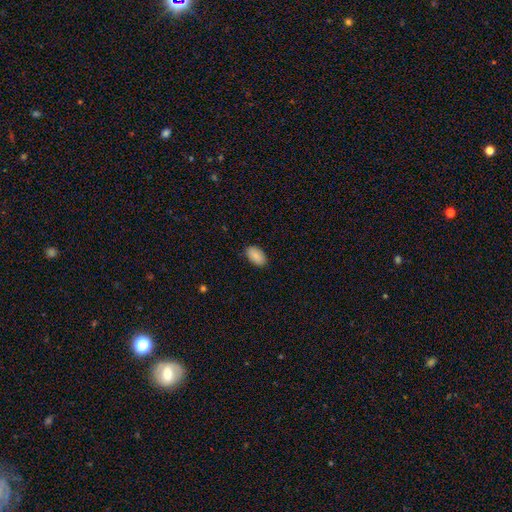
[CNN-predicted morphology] Smooth or featured?
  - smooth: 88% *
  - star or artifact: 7%
  - featured or disk: 5%
How rounded?
  - in between: 94% *
  - round: 5%
  - cigar-shaped: 1%
Merging?
  - none: 87% *
  - minor disturbance: 10%
  - major disturbance: 2%
  - merger: 1%